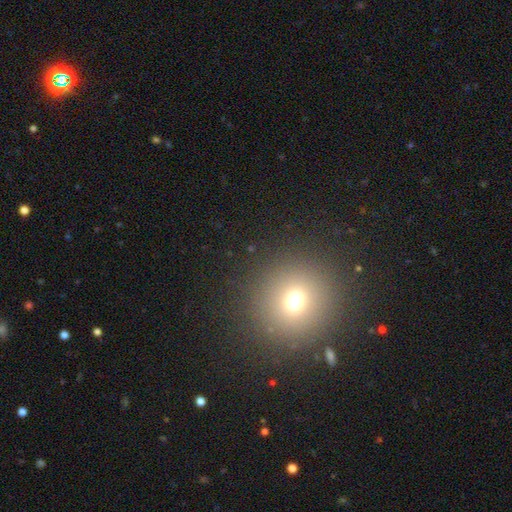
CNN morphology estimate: Q: Smooth or featured?
A: smooth (64%); runner-up: star or artifact (28%)
Q: How rounded?
A: round (92%); runner-up: in between (7%)
Q: Merging?
A: none (92%); runner-up: minor disturbance (5%)